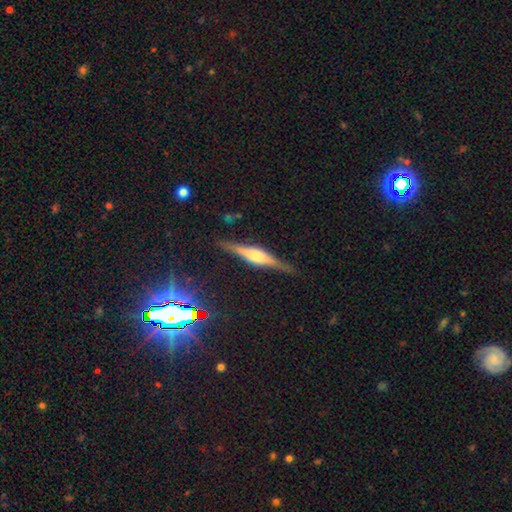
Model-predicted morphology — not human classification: Overall: featured or disk (73%). Edge-on disk: yes (97%). Edge-on bulge: rounded (68%). Merging: none (86%).